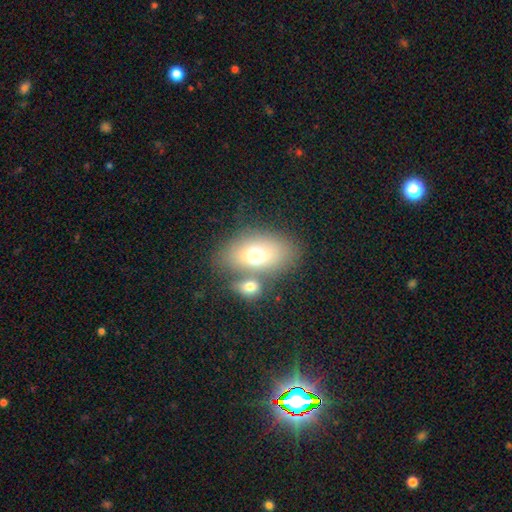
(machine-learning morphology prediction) A smooth galaxy with no disk features (69%) that is in between round and cigar-shaped (84%).

Vote fractions:
- Smooth or featured? smooth: 69% / featured or disk: 21% / star or artifact: 10%
- How rounded? in between: 84% / round: 14% / cigar-shaped: 2%
- Merging? none: 48% / merger: 34% / minor disturbance: 12% / major disturbance: 6%